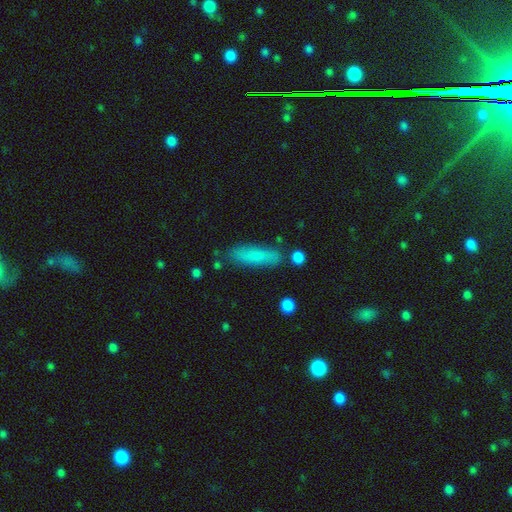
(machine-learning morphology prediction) This is likely a smooth galaxy (78%). How rounded: likely cigar-shaped (66%). Merging: likely none (79%).